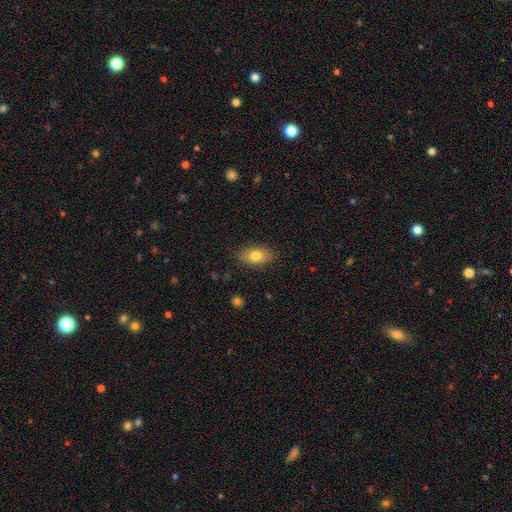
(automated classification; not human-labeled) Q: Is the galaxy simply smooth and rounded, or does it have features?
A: smooth — 80%.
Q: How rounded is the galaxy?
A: in between — 89%.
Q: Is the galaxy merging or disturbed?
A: none — 86%.